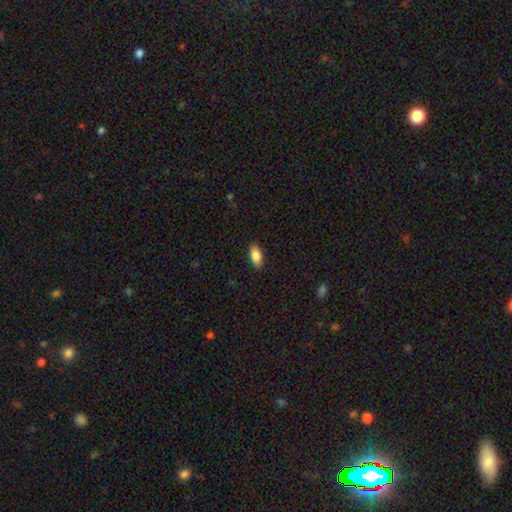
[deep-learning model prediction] A smooth galaxy with no disk features (85%) that is in between round and cigar-shaped (90%).

Vote fractions:
- Smooth or featured? smooth: 85% / featured or disk: 8% / star or artifact: 7%
- How rounded? in between: 90% / cigar-shaped: 7% / round: 3%
- Merging? none: 86% / minor disturbance: 11% / major disturbance: 2% / merger: 1%